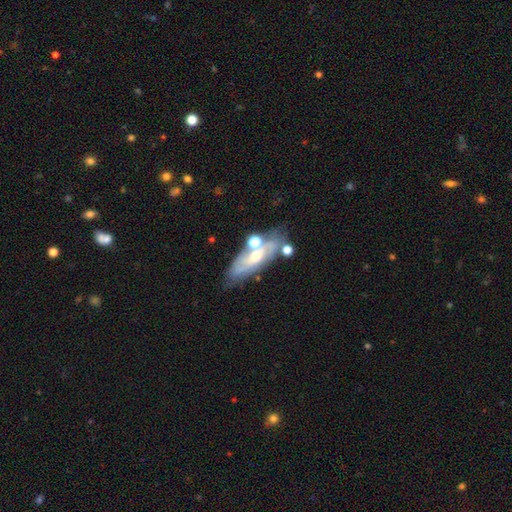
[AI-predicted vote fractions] Smooth or featured?
  - featured or disk: 60% *
  - smooth: 28%
  - star or artifact: 12%
Edge-on disk?
  - no: 74% *
  - yes: 26%
Merging?
  - none: 55% *
  - minor disturbance: 20%
  - merger: 15%
  - major disturbance: 10%